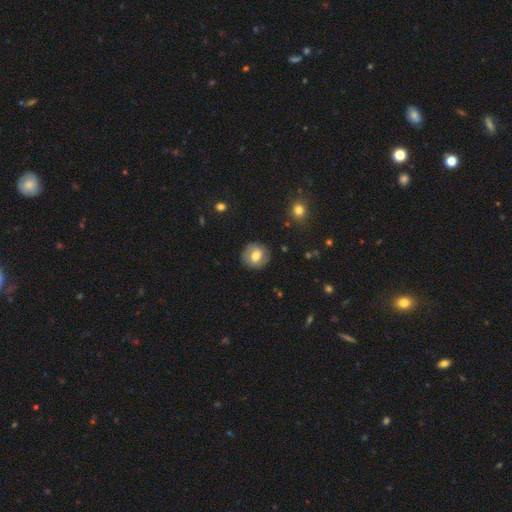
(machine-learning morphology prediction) Smooth or featured: smooth — 66% (featured or disk — 26%)
How rounded: round — 84% (in between — 15%)
Merging: none — 86% (minor disturbance — 10%)